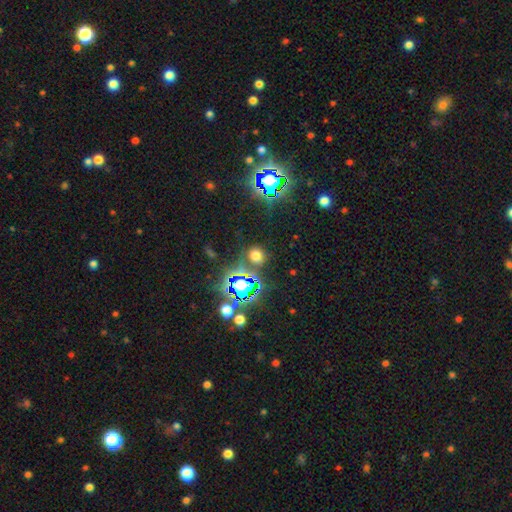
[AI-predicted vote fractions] A smooth galaxy with no disk features (58%) that is round (85%).

Vote fractions:
- Smooth or featured? smooth: 58% / star or artifact: 35% / featured or disk: 6%
- How rounded? round: 85% / in between: 14% / cigar-shaped: 1%
- Merging? none: 83% / minor disturbance: 8% / merger: 5% / major disturbance: 4%